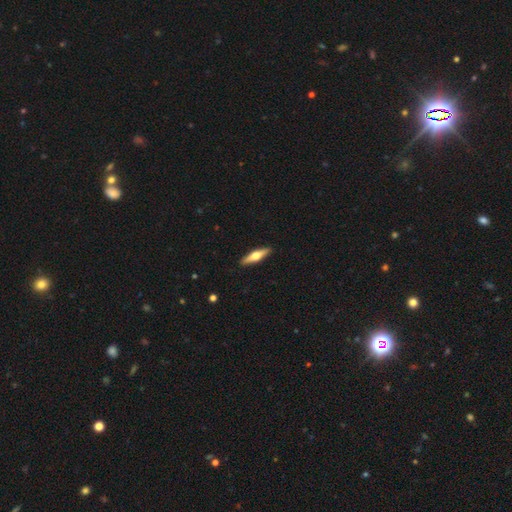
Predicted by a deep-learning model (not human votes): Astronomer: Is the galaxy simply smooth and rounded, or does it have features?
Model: featured or disk — 52% (runner-up: smooth, 42%).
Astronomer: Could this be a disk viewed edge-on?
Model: yes — 94%.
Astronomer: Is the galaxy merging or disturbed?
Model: none — 91%.